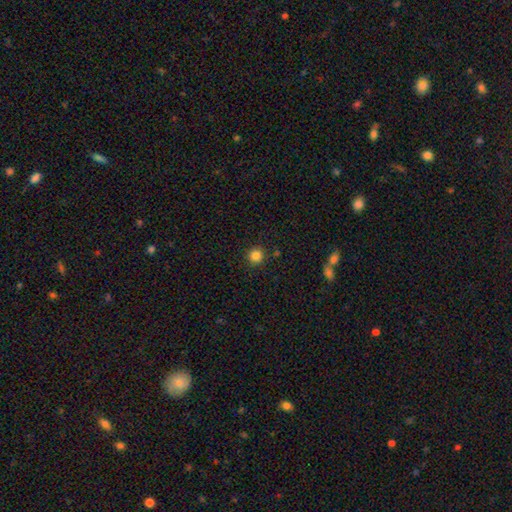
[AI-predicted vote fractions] A smooth galaxy with no disk features (84%) that is round (94%). Merging: none (89%).